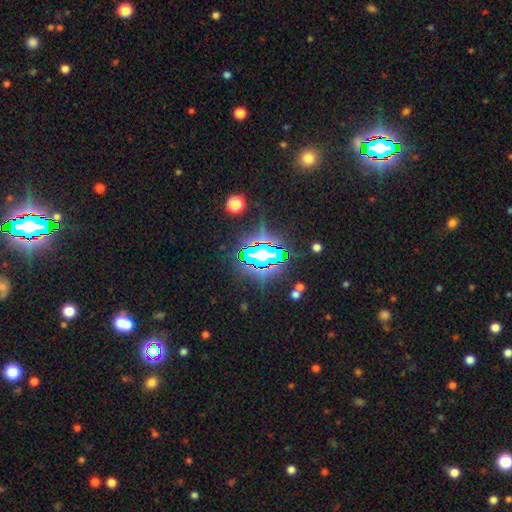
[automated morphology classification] type=star or artifact (81%).